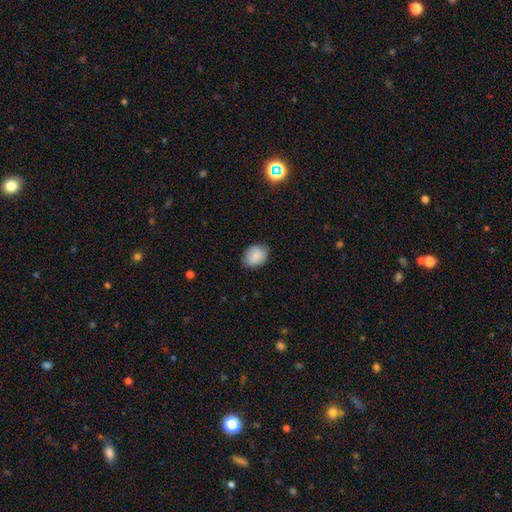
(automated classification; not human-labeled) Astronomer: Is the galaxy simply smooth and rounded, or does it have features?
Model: smooth — 85%.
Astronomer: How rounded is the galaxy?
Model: in between — 58% (runner-up: round, 41%).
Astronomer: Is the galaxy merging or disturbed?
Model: none — 79%.